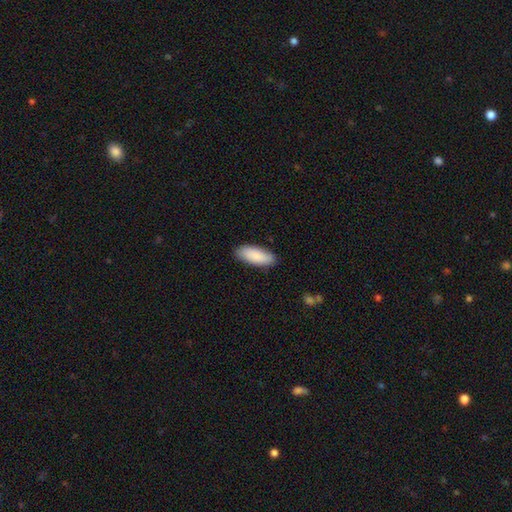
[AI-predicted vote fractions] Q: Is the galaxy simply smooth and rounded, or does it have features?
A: smooth — 89%.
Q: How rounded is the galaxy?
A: in between — 79%.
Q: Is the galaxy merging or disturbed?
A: none — 86%.